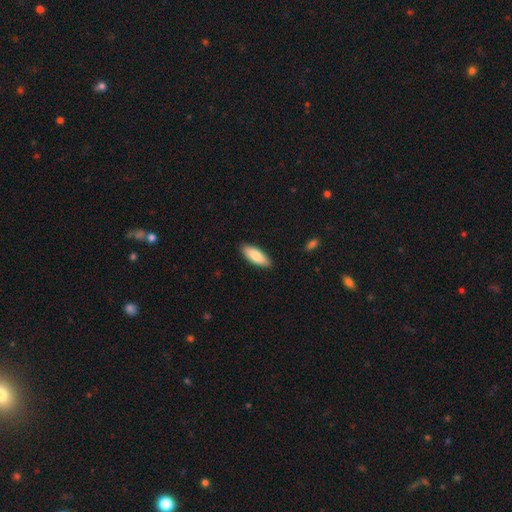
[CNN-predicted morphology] smooth-or-featured: smooth: 83% | featured or disk: 12% | star or artifact: 5%
  how-rounded: in between: 72% | cigar-shaped: 26% | round: 2%
  merging: none: 88% | minor disturbance: 9% | major disturbance: 2% | merger: 1%